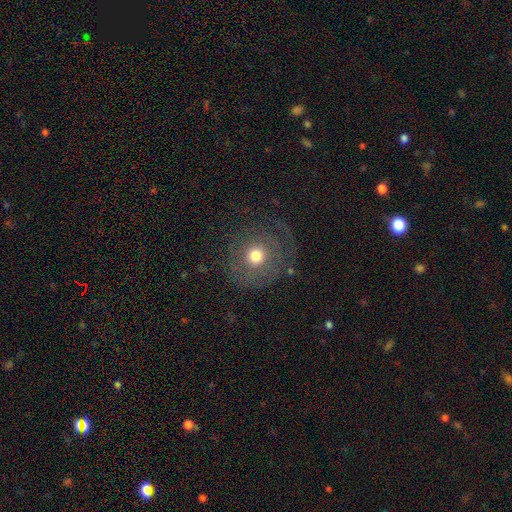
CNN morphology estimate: Q: Smooth or featured?
A: smooth (57%); runner-up: featured or disk (30%)
Q: How rounded?
A: round (89%); runner-up: in between (10%)
Q: Merging?
A: none (69%); runner-up: major disturbance (15%)